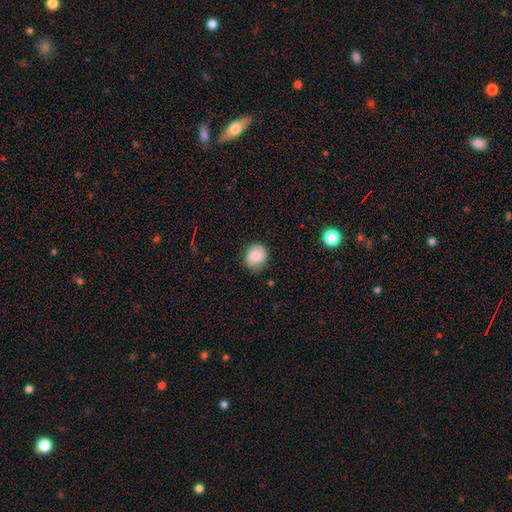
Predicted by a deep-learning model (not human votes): Overall: smooth (79%). How rounded: round (78%). Merging: none (81%).